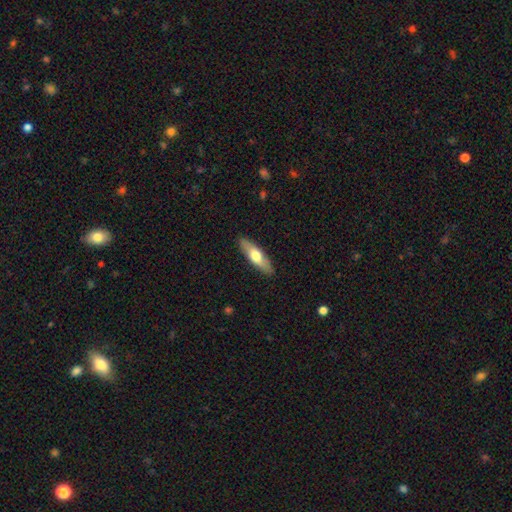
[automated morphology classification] smooth-or-featured: smooth: 59% | featured or disk: 36% | star or artifact: 5%
  how-rounded: cigar-shaped: 57% | in between: 41% | round: 2%
  merging: none: 89% | minor disturbance: 8% | major disturbance: 2% | merger: 1%